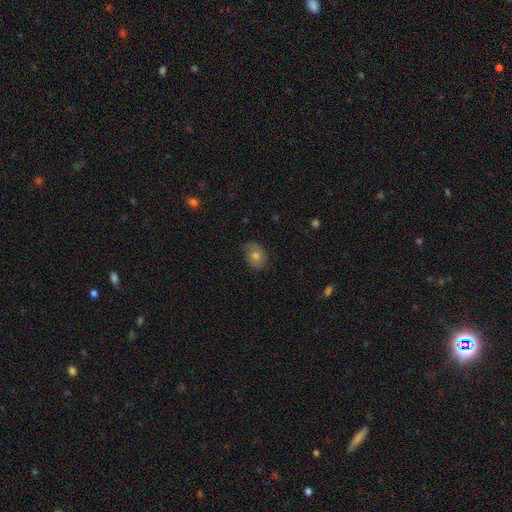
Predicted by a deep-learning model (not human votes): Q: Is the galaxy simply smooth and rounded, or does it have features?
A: smooth — 62%.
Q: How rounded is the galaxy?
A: in between — 58%.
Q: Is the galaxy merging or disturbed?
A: none — 76%.